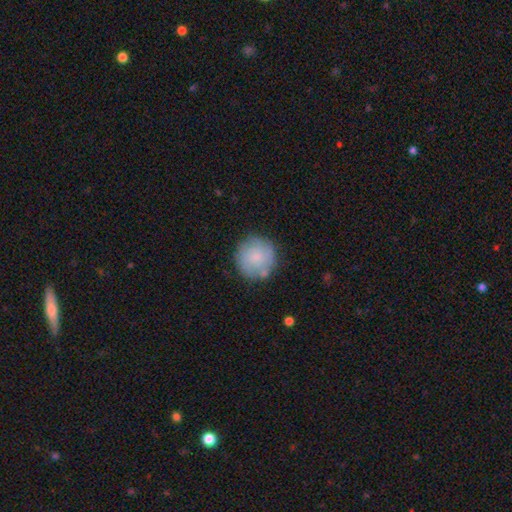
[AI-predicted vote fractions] The model was most divided on "smooth or featured": smooth: 68%, featured or disk: 25%, star or artifact: 7%. More confident: how rounded — round (94%); merging — none (78%).